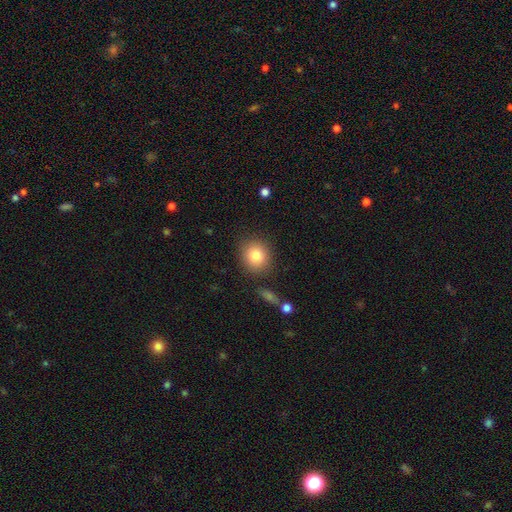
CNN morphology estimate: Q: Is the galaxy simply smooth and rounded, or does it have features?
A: smooth — 82%.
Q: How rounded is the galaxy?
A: round — 78%.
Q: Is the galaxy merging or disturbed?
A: none — 84%.